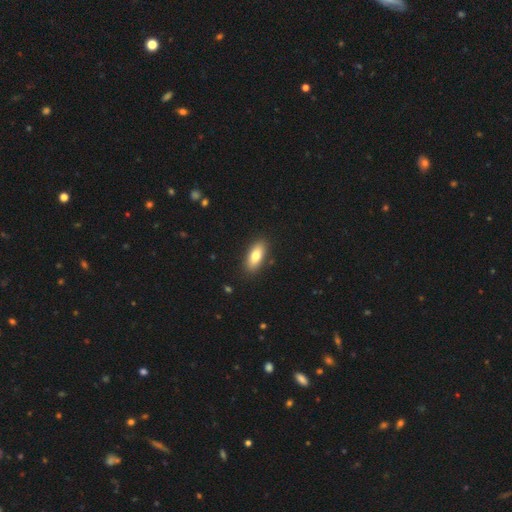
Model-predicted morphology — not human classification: This appears to be a smooth galaxy with no disk features (77%) that is in between round and cigar-shaped (80%). Merging: none (88%).